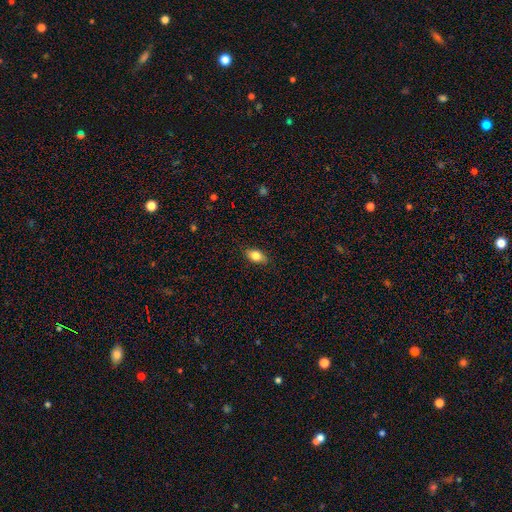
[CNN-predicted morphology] Smooth or featured? smooth (81%)
How rounded? in between (87%)
Merging? none (87%)